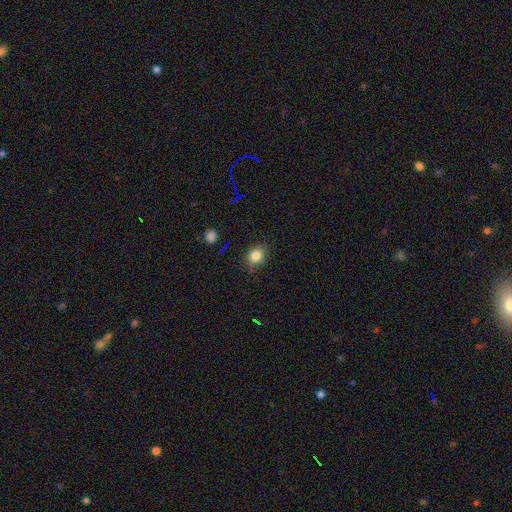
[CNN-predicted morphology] Smooth or featured? smooth (82%)
How rounded? in between (52%)
Merging? none (80%)